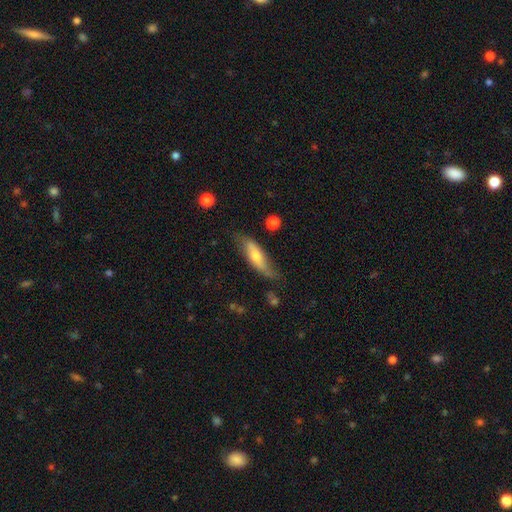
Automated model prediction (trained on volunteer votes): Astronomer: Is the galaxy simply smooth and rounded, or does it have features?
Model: featured or disk — 48% (runner-up: smooth, 46%).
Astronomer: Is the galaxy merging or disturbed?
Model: none — 61%.